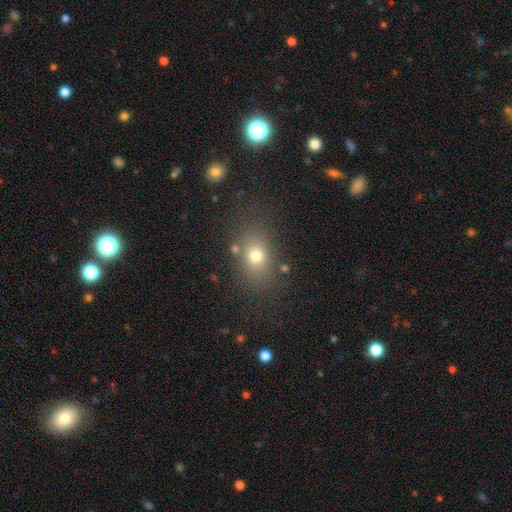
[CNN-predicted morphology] Q: Smooth or featured?
A: smooth (72%); runner-up: star or artifact (15%)
Q: How rounded?
A: in between (63%); runner-up: round (35%)
Q: Merging?
A: none (76%); runner-up: minor disturbance (13%)